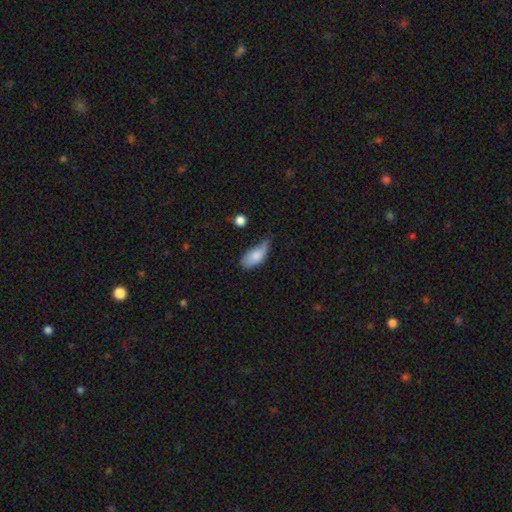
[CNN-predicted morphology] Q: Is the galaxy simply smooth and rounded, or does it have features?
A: smooth — 78%.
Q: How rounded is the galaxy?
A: in between — 88%.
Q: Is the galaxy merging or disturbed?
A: minor disturbance — 49%.